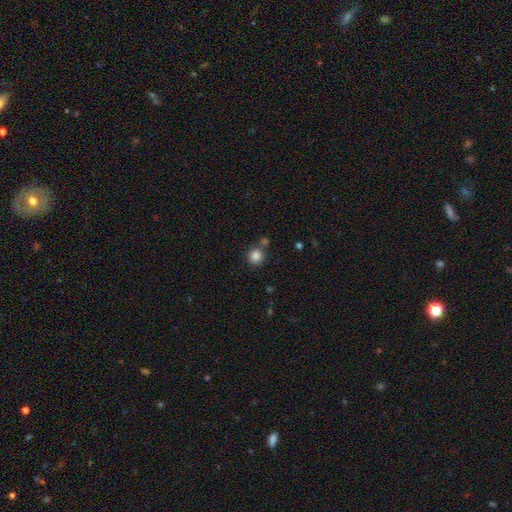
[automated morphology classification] Overall: smooth (85%). How rounded: round (91%). Merging: none (71%).